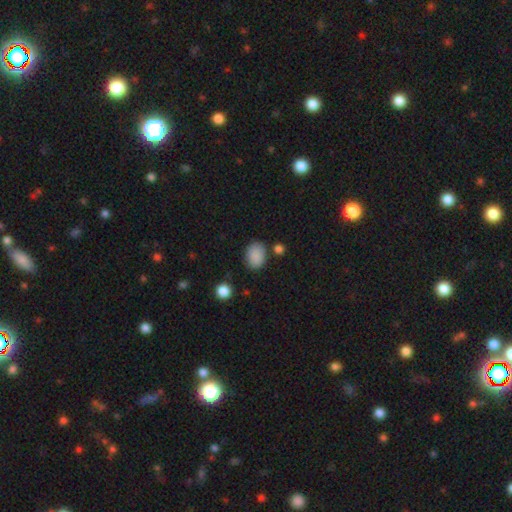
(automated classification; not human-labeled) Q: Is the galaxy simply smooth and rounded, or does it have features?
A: smooth — 87%.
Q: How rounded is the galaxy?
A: in between — 73%.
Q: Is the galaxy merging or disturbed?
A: none — 77%.